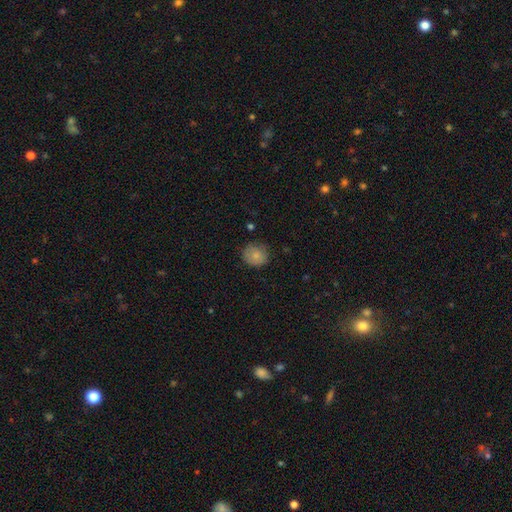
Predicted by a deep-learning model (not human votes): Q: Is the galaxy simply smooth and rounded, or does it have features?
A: smooth — 82%.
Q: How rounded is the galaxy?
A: round — 84%.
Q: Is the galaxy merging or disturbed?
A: none — 77%.